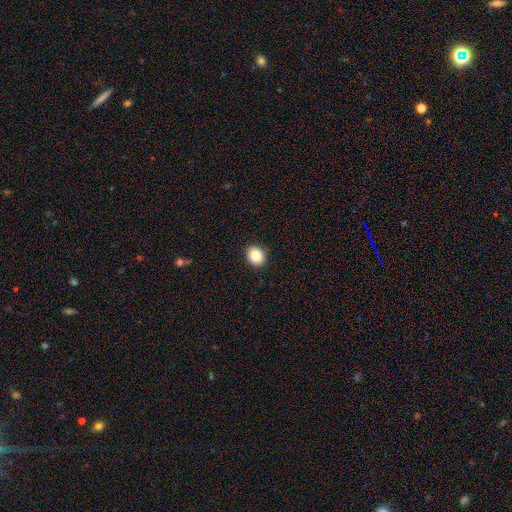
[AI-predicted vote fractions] Overall: smooth (84%). How rounded: round (70%). Merging: none (91%).